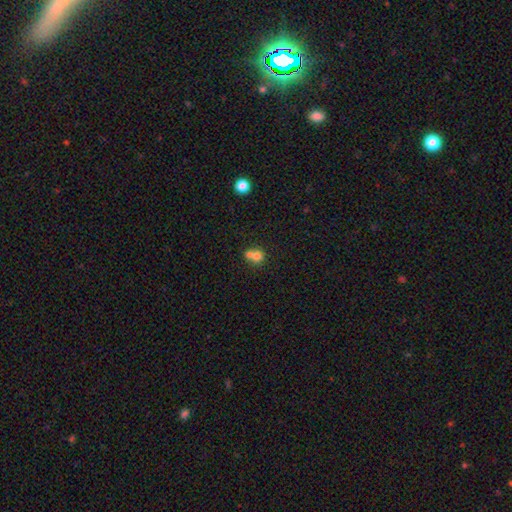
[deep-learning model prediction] Smooth or featured?
  - smooth: 73% *
  - featured or disk: 15%
  - star or artifact: 12%
How rounded?
  - round: 79% *
  - in between: 20%
  - cigar-shaped: 1%
Merging?
  - merger: 61% *
  - none: 31%
  - minor disturbance: 6%
  - major disturbance: 3%